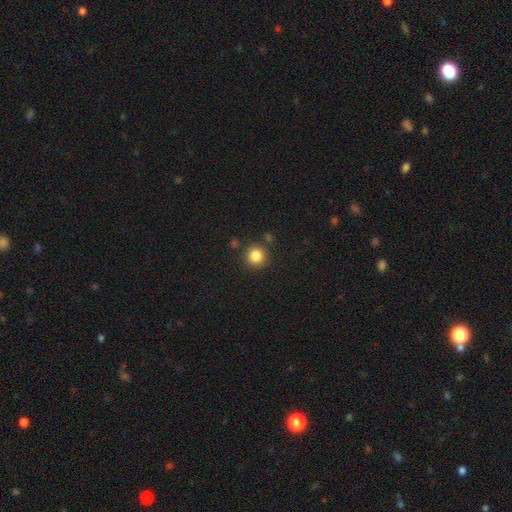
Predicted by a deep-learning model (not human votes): A smooth galaxy with no disk features (85%) that is round (93%).

Vote fractions:
- Smooth or featured? smooth: 85% / star or artifact: 11% / featured or disk: 4%
- How rounded? round: 93% / in between: 6% / cigar-shaped: 1%
- Merging? none: 86% / minor disturbance: 8% / merger: 4% / major disturbance: 3%